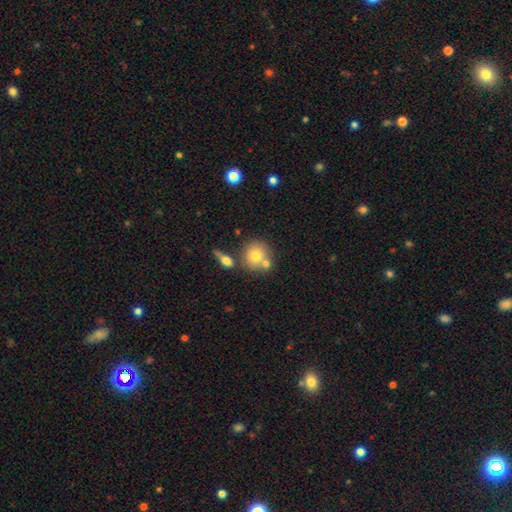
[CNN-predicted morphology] Smooth or featured?
  - smooth: 73% *
  - featured or disk: 17%
  - star or artifact: 9%
How rounded?
  - round: 87% *
  - in between: 12%
  - cigar-shaped: 1%
Merging?
  - none: 59% *
  - merger: 28%
  - minor disturbance: 11%
  - major disturbance: 3%